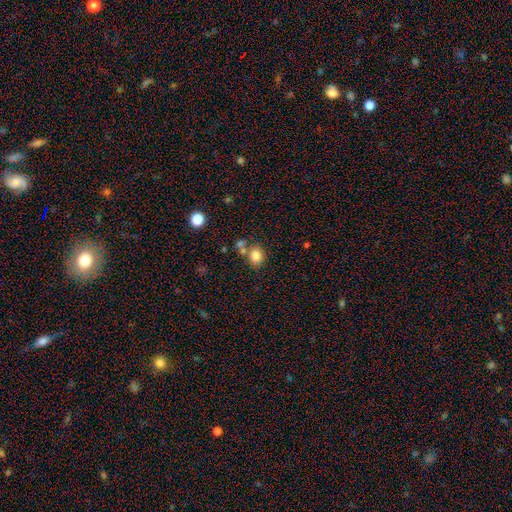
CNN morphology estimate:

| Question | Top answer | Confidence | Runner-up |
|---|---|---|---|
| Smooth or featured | smooth | 82% | star or artifact (11%) |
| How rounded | round | 60% | in between (39%) |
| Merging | none | 66% | merger (19%) |